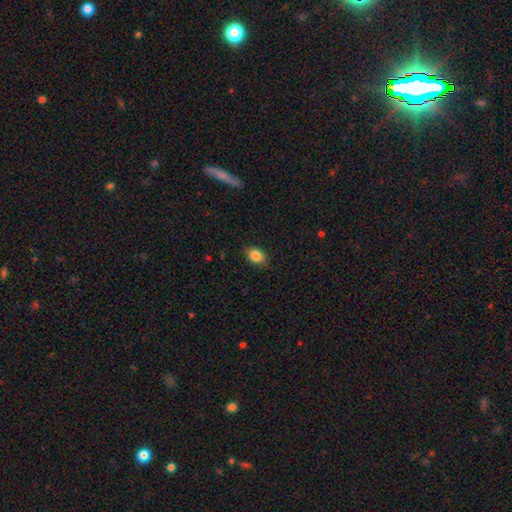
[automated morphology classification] The model was most divided on "how rounded": in between: 70%, round: 28%, cigar-shaped: 1%. More confident: merging — none (86%); smooth or featured — smooth (85%).